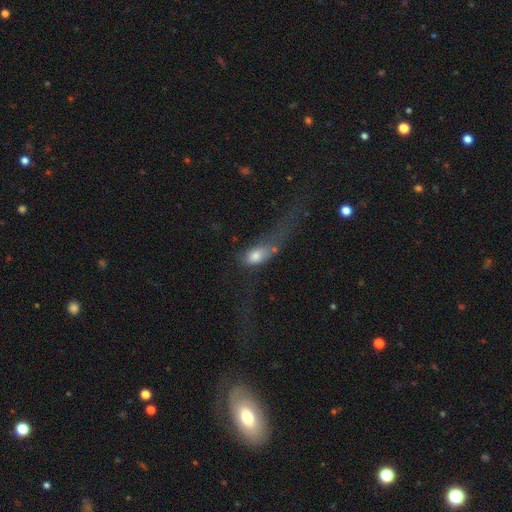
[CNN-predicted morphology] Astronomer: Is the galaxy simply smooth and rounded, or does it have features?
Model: smooth — 67%.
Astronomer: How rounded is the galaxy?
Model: in between — 76%.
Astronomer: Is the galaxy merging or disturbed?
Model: major disturbance — 54%.